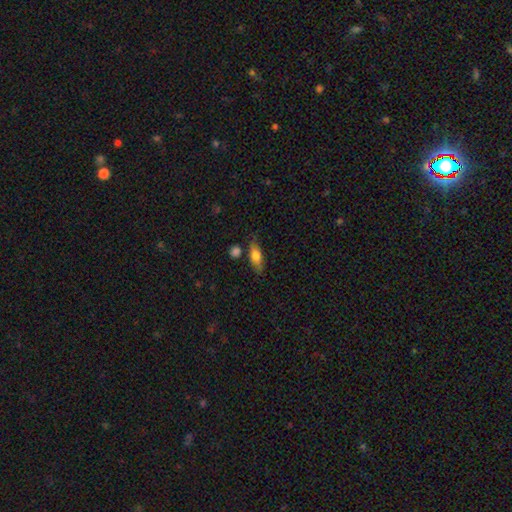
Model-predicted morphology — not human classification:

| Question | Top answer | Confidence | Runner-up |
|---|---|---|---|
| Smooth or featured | smooth | 70% | featured or disk (23%) |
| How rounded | in between | 66% | cigar-shaped (29%) |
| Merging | none | 71% | minor disturbance (18%) |